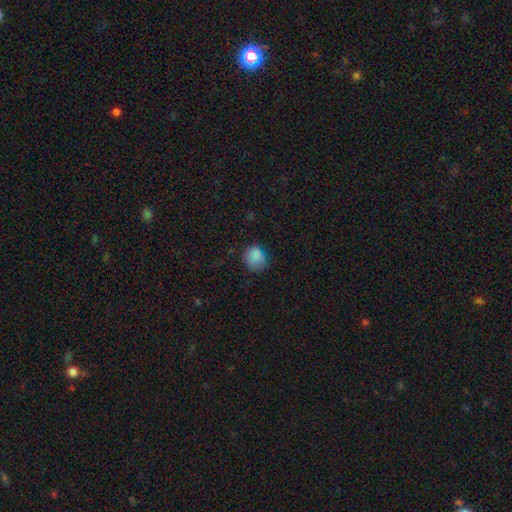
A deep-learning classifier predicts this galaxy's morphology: smooth 82%, star or artifact 11%, featured or disk 7%. Down the decision tree: how rounded — round (71%); merging — none (63%).